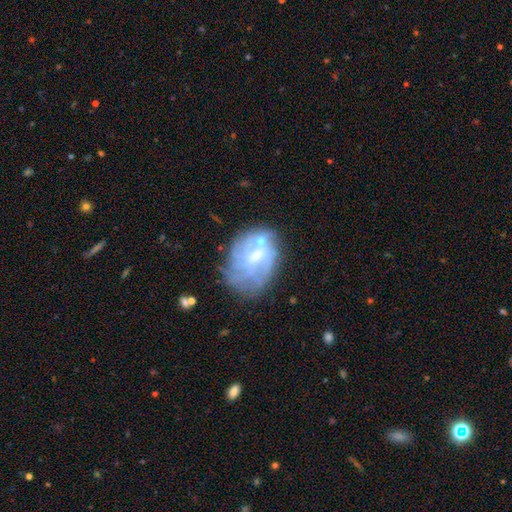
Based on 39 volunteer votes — Smooth or featured: featured or disk — 85% (smooth — 13%)
Edge-on disk: no — 97% (yes — 3%)
Bar: weak — 56% (no — 25%)
Spiral arms: yes — 78% (no — 22%)
Spiral winding: tight — 60% (medium — 24%)
Spiral arm count: can't tell — 52% (more than 4 — 36%)
Bulge size: small — 53% (moderate — 38%)
Merging: none — 58% (major disturbance — 21%)